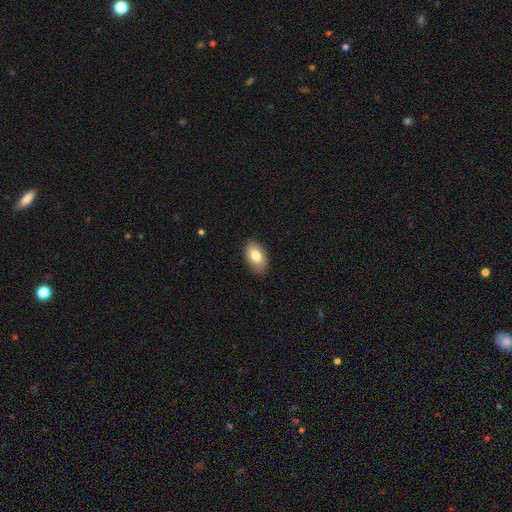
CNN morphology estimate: Smooth or featured?
  - smooth: 78% *
  - featured or disk: 15%
  - star or artifact: 7%
How rounded?
  - in between: 93% *
  - round: 5%
  - cigar-shaped: 2%
Merging?
  - none: 87% *
  - minor disturbance: 10%
  - major disturbance: 2%
  - merger: 1%